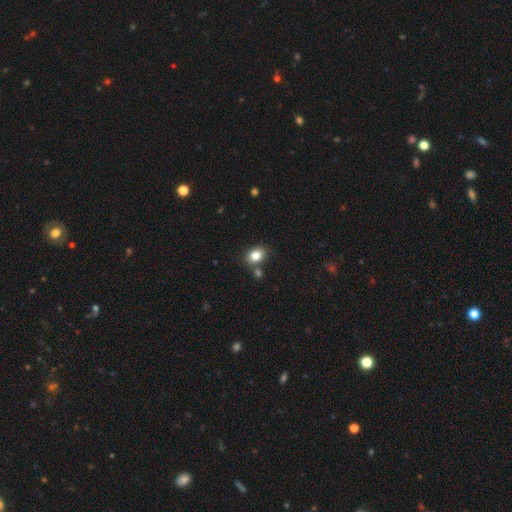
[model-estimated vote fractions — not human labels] Overall: smooth (82%). How rounded: in between (60%; round 39%). Merging: none (73%).